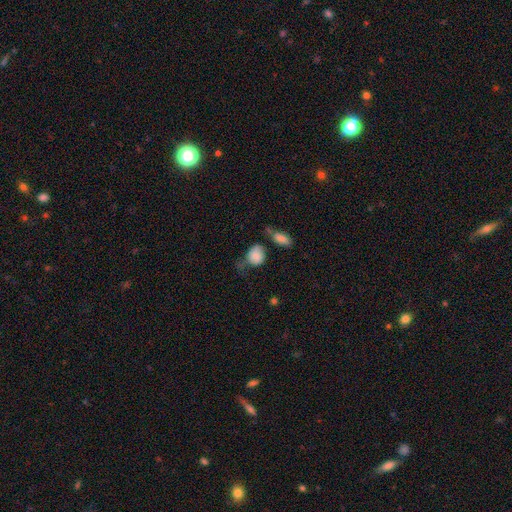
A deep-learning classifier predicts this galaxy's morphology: smooth-or-featured: smooth: 80% | featured or disk: 12% | star or artifact: 8%
  how-rounded: round: 53% | in between: 45% | cigar-shaped: 2%
  merging: none: 35% | minor disturbance: 29% | major disturbance: 19% | merger: 18%